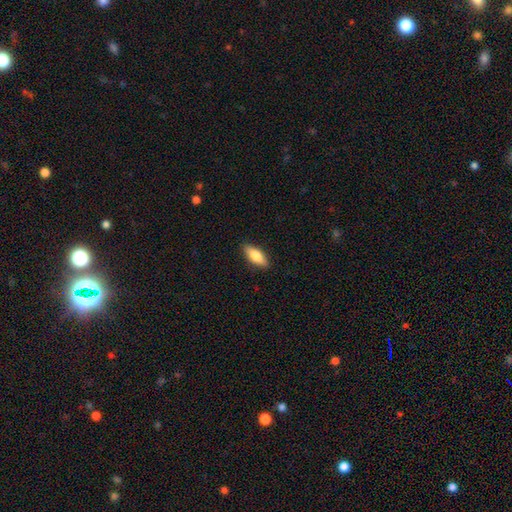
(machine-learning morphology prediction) type=smooth (76%); roundness=in between (74%); merging=none (88%).